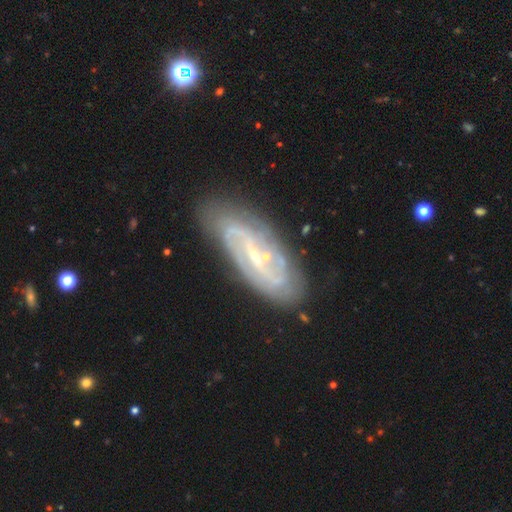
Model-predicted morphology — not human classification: smooth-or-featured: featured or disk: 84% | smooth: 10% | star or artifact: 6%
  disk-edge-on: no: 91% | yes: 9%
    bar: weak: 44% | strong: 29% | no: 27%
    has-spiral-arms: yes: 93% | no: 7%
      spiral-winding: tight: 44% | medium: 39% | loose: 17%
      spiral-arm-count: 2: 58% | can't tell: 21% | 3: 9% | 4: 4% | 1: 4% | more than 4: 4%
    bulge-size: small: 73% | moderate: 20% | none: 4% | large: 1% | dominant: 1%
  merging: none: 79% | minor disturbance: 15% | major disturbance: 4% | merger: 2%